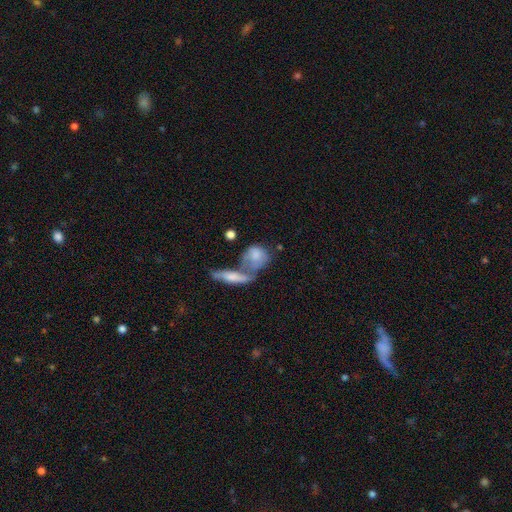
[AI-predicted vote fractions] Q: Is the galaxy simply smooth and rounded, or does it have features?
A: smooth — 68%.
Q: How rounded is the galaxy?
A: in between — 55%.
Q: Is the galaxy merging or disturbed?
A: merger — 53%.